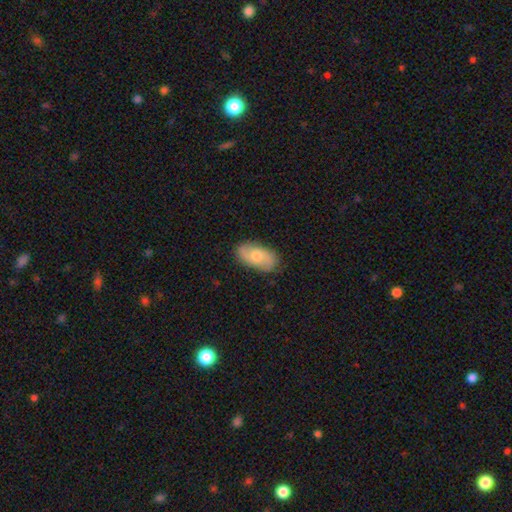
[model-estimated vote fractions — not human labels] A smooth galaxy with no disk features (55%) that is in between round and cigar-shaped (92%). Merging: none (81%).